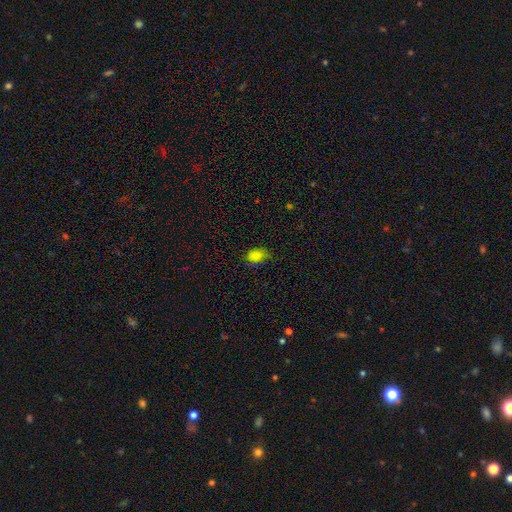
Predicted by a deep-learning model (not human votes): smooth 83%, star or artifact 11%, featured or disk 6%. Down the decision tree: how rounded — in between (75%); merging — none (67%).